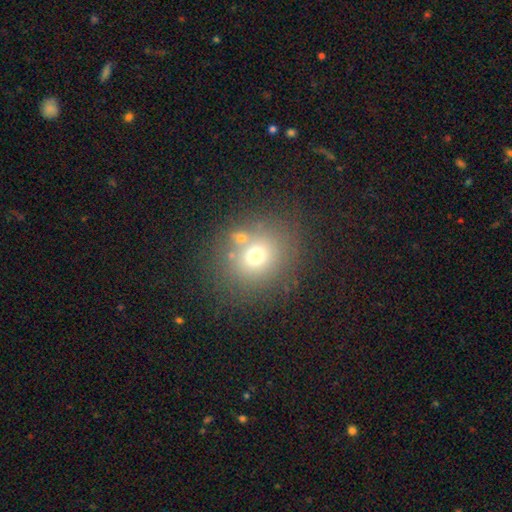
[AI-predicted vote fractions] smooth 67%, star or artifact 18%, featured or disk 14%. Down the decision tree: how rounded — round (75%); merging — none (73%).